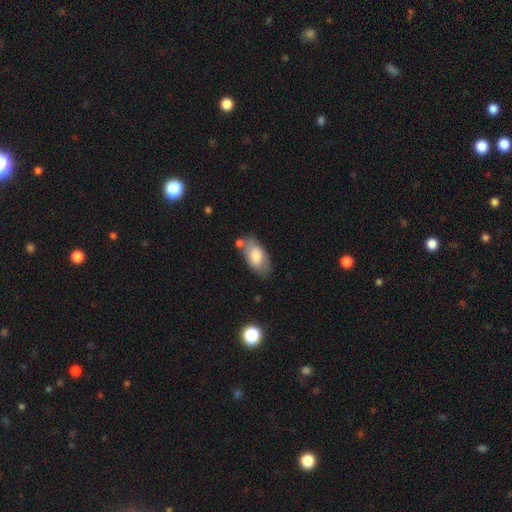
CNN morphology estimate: smooth 76%, featured or disk 18%, star or artifact 6%. Down the decision tree: how rounded — in between (93%); merging — none (64%).